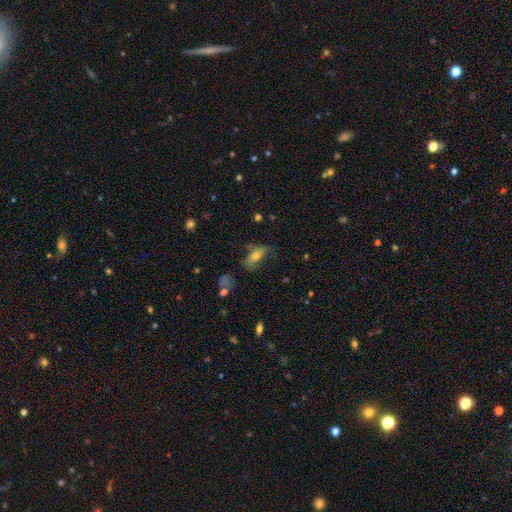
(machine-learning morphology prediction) A smooth galaxy with no disk features (58%) that is in between round and cigar-shaped (83%).

Vote fractions:
- Smooth or featured? smooth: 58% / featured or disk: 31% / star or artifact: 12%
- How rounded? in between: 83% / cigar-shaped: 11% / round: 6%
- Merging? none: 51% / minor disturbance: 28% / major disturbance: 18% / merger: 4%